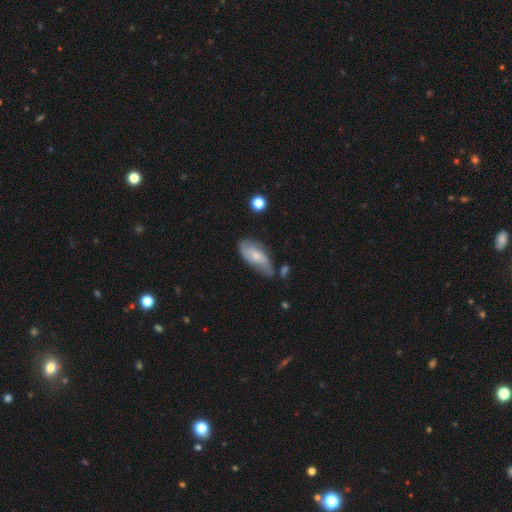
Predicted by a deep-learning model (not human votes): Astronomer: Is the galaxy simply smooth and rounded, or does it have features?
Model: smooth — 47% (runner-up: featured or disk, 46%).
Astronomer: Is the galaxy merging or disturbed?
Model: none — 54% (runner-up: minor disturbance, 32%).